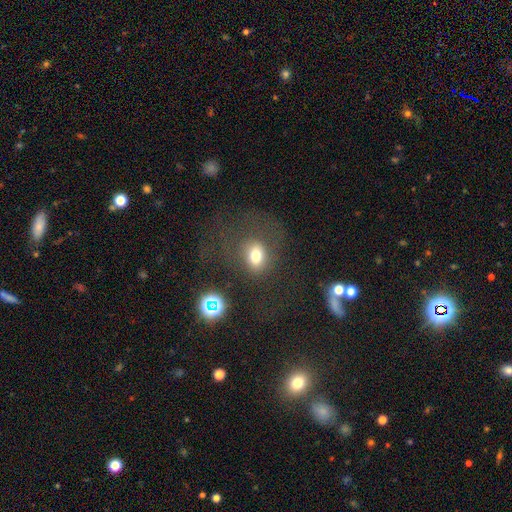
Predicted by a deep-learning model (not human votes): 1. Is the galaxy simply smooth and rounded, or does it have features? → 73% smooth, 14% star or artifact, 12% featured or disk.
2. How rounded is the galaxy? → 55% in between, 44% round, 1% cigar-shaped.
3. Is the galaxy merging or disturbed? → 59% none, 20% major disturbance, 17% minor disturbance, 4% merger.